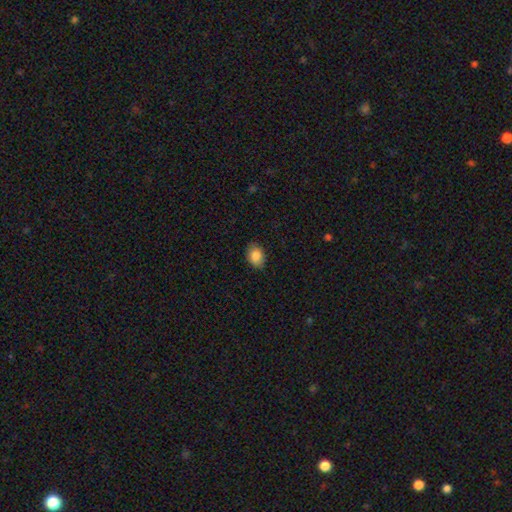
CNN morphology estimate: smooth_or_featured: smooth (p=0.85) [alt: star or artifact p=0.08]
how_rounded: in between (p=0.77) [alt: round p=0.22]
merging: none (p=0.84) [alt: minor disturbance p=0.12]